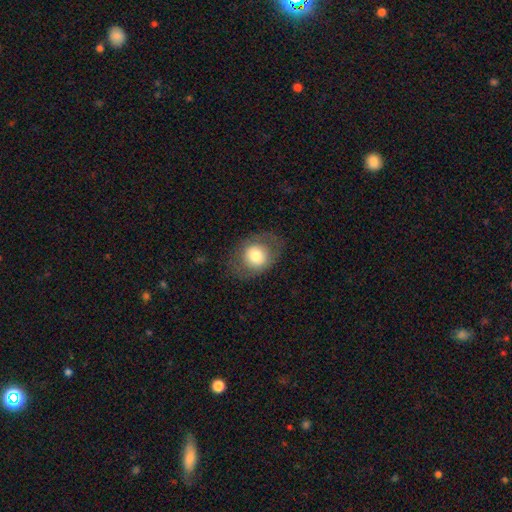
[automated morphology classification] type=smooth (69%); roundness=round (52%); merging=none (76%).